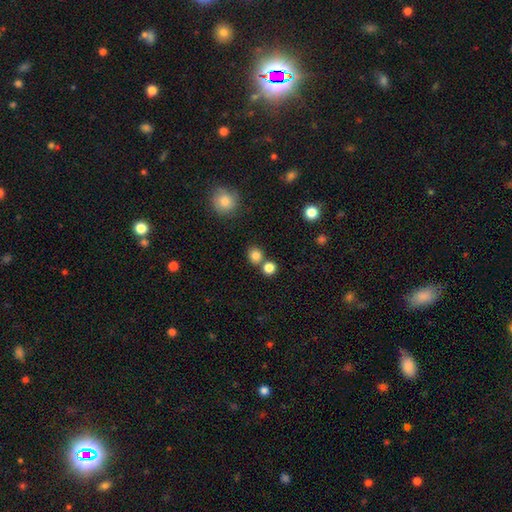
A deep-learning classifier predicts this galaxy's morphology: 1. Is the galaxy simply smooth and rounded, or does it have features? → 82% smooth, 12% star or artifact, 6% featured or disk.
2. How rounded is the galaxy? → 83% round, 16% in between, 1% cigar-shaped.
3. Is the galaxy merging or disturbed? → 67% none, 24% merger, 7% minor disturbance, 3% major disturbance.